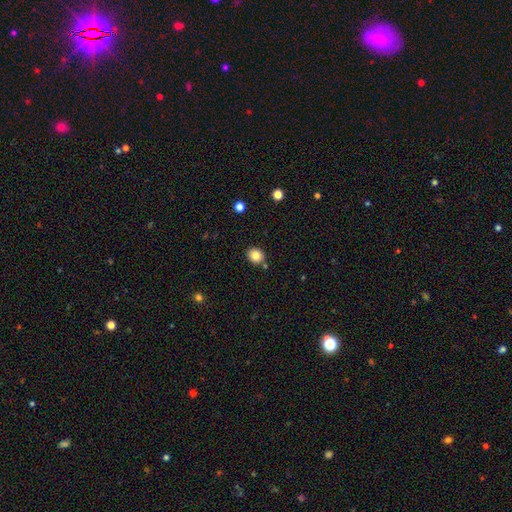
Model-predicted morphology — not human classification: type=smooth (83%); roundness=round (73%); merging=none (85%).